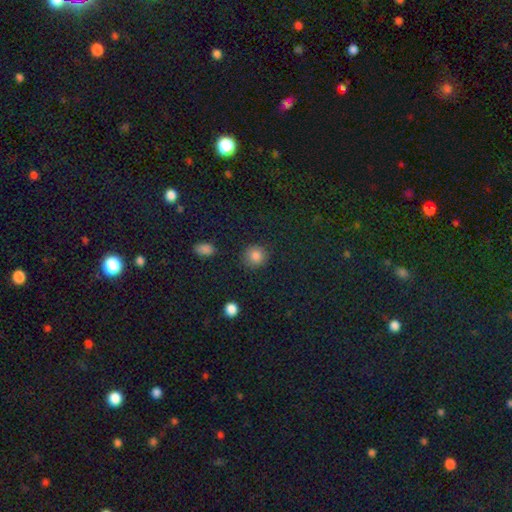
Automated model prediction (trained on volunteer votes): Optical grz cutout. It shows a smooth galaxy with no disk features (84%) that is round (90%). Merging: none (87%).